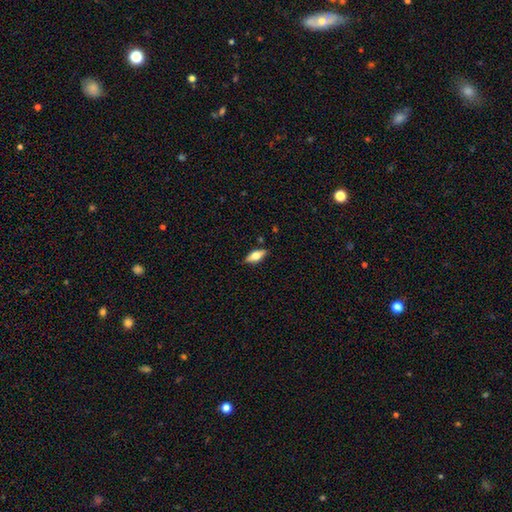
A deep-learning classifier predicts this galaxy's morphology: type=smooth (52%); roundness=in between (73%); merging=none (85%).